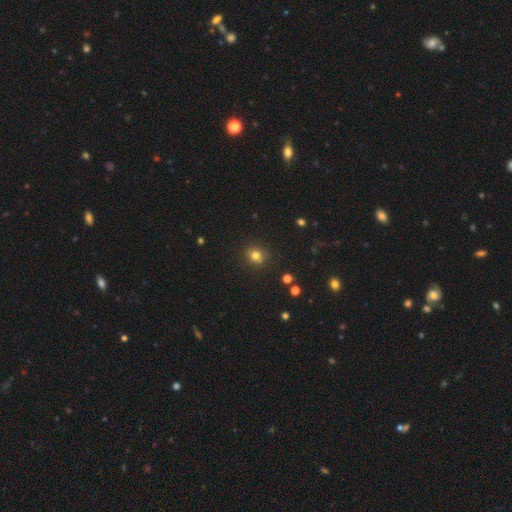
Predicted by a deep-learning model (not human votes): Overall: smooth (77%). How rounded: round (82%). Merging: none (83%).